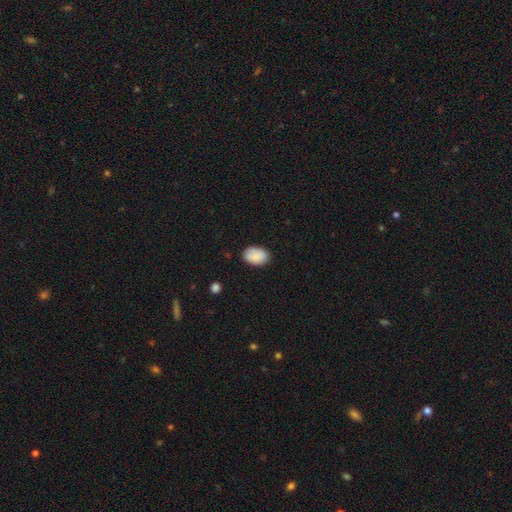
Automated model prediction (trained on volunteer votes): A smooth galaxy with no disk features (89%) that is in between round and cigar-shaped (88%). Merging: none (85%).